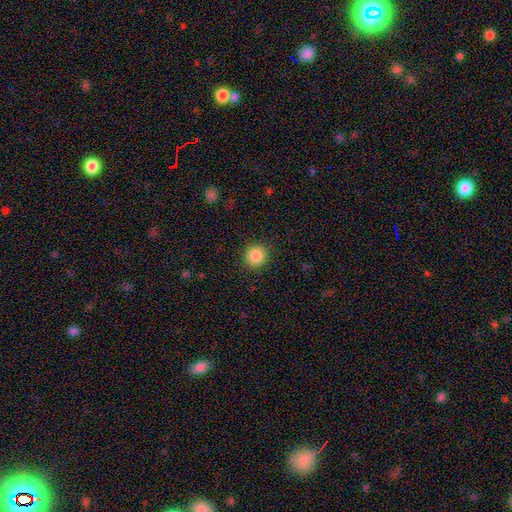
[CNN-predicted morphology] smooth 87%, star or artifact 9%, featured or disk 4%. Down the decision tree: how rounded — round (92%); merging — none (91%).